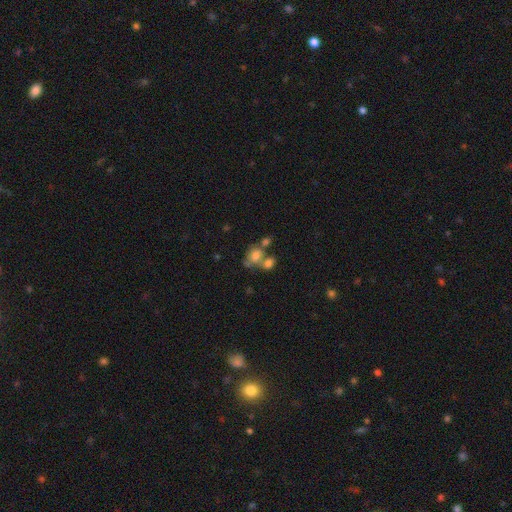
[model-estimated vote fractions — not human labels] Smooth or featured? Predicted: smooth (p=0.71). How rounded? Predicted: in between (p=0.57). Merging? Predicted: merger (p=0.47).